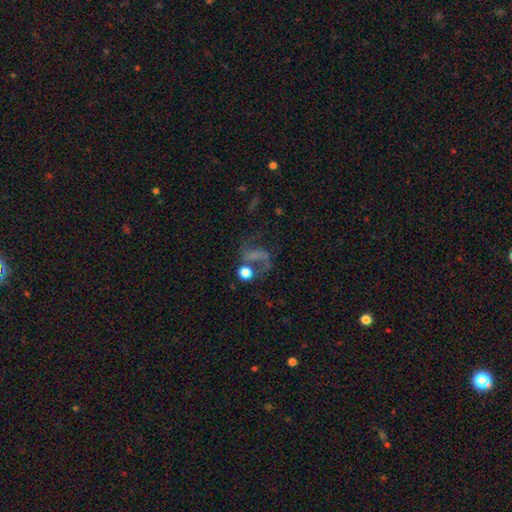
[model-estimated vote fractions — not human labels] Q: Smooth or featured?
A: featured or disk (51%); runner-up: smooth (27%)
Q: Edge-on disk?
A: no (96%); runner-up: yes (4%)
Q: Merging?
A: none (40%); runner-up: major disturbance (28%)